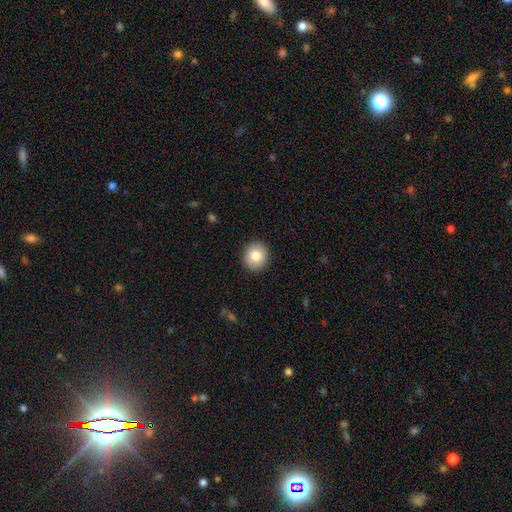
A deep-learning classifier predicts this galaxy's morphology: Smooth or featured? Predicted: smooth (p=0.82). How rounded? Predicted: round (p=0.90). Merging? Predicted: none (p=0.92).